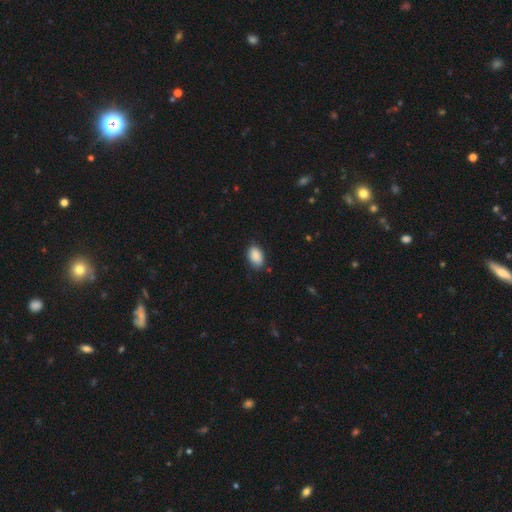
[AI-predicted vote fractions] This is clearly a smooth galaxy (89%). How rounded: clearly in between (92%). Merging: clearly none (82%).